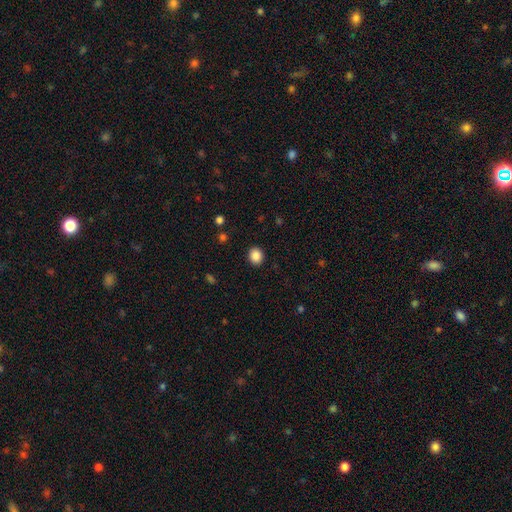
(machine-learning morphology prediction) This appears to be a smooth galaxy with no disk features (87%) that is round (66%). Merging: none (91%).